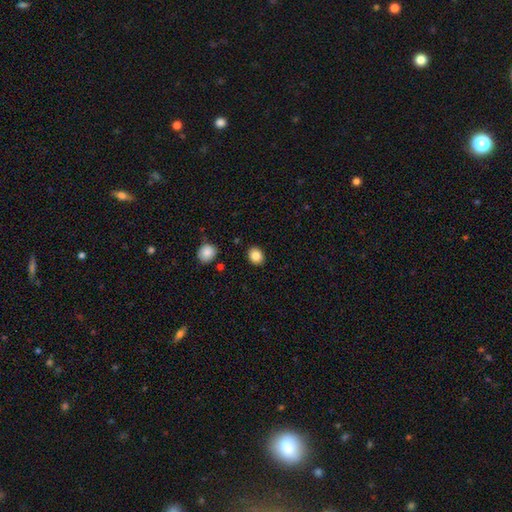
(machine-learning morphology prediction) smooth 85%, star or artifact 9%, featured or disk 5%. Down the decision tree: how rounded — round (55%); merging — none (88%).